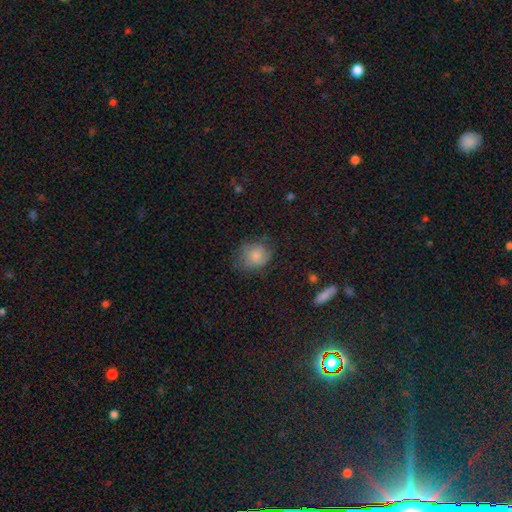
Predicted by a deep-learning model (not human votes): Smooth or featured: smooth — 75% (featured or disk — 16%)
How rounded: round — 63% (in between — 36%)
Merging: none — 59% (minor disturbance — 27%)